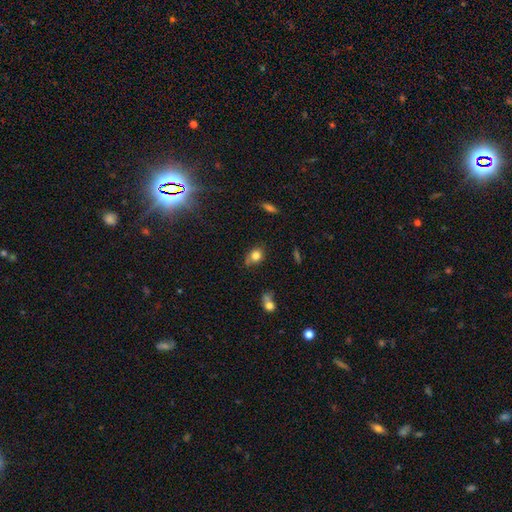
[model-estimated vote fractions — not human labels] Smooth or featured? Predicted: smooth (p=0.79). How rounded? Predicted: round (p=0.51). Merging? Predicted: none (p=0.57).